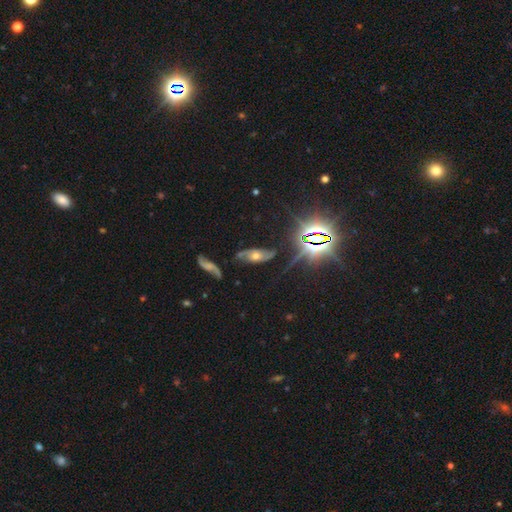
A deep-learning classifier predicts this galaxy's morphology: Smooth or featured? featured or disk (54%)
Edge-on disk? no (80%)
Merging? none (59%)